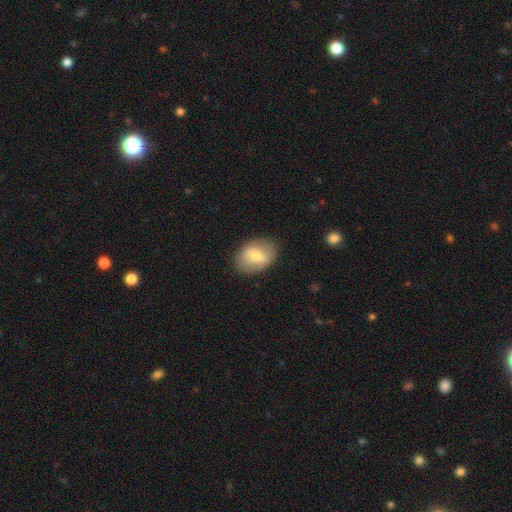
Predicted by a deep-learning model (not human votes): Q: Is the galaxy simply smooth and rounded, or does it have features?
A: smooth — 65%.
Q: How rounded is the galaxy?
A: in between — 75%.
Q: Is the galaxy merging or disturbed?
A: none — 83%.